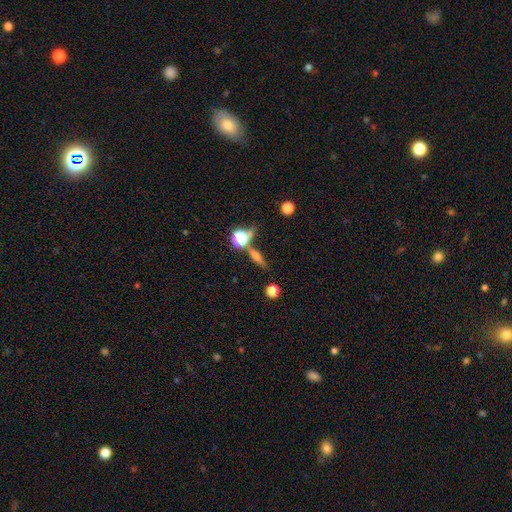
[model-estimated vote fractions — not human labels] Smooth or featured?
  - featured or disk: 43% *
  - smooth: 41%
  - star or artifact: 16%
Merging?
  - none: 71% *
  - minor disturbance: 12%
  - merger: 12%
  - major disturbance: 5%